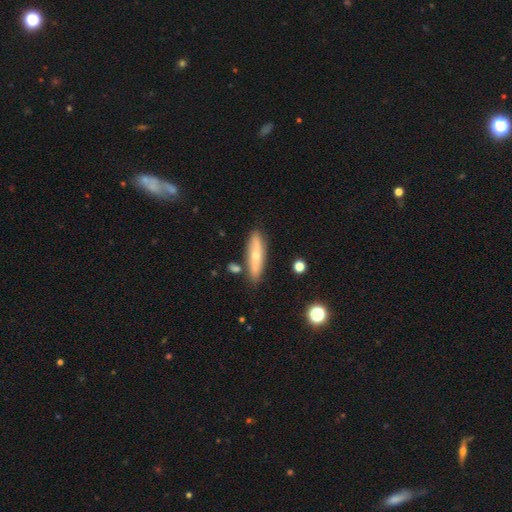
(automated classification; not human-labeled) Morphology: type=smooth (50%); roundness=cigar-shaped (70%); merging=none (81%).